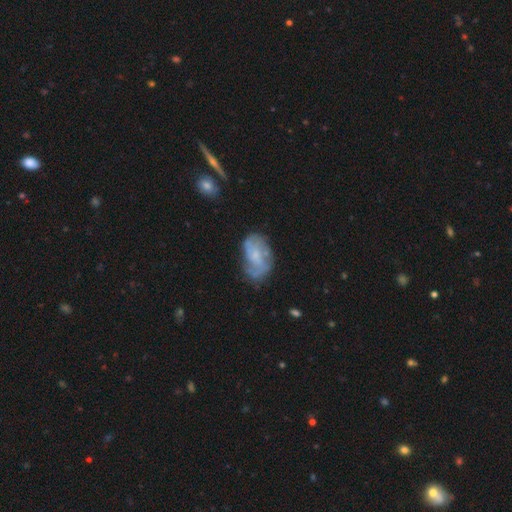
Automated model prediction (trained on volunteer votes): smooth-or-featured: featured or disk: 60% | smooth: 32% | star or artifact: 8%
  disk-edge-on: no: 97% | yes: 3%
    bar: no: 63% | weak: 32% | strong: 5%
    has-spiral-arms: yes: 75% | no: 25%
    bulge-size: small: 42% | none: 28% | moderate: 25% | large: 3% | dominant: 1%
  merging: none: 55% | minor disturbance: 27% | major disturbance: 15% | merger: 3%